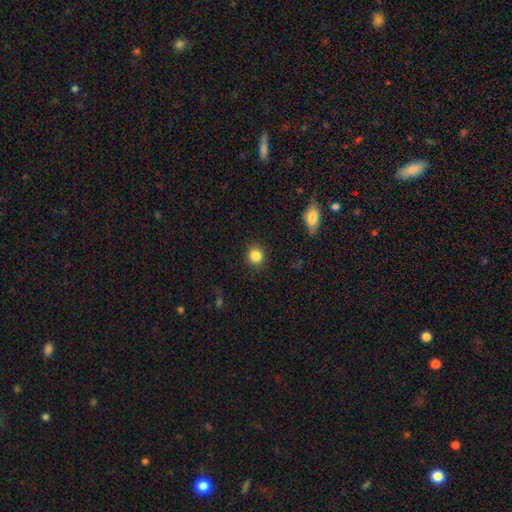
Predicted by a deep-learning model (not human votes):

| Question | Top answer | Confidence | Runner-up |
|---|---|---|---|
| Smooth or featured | smooth | 86% | star or artifact (10%) |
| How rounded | round | 89% | in between (10%) |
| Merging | none | 91% | minor disturbance (6%) |